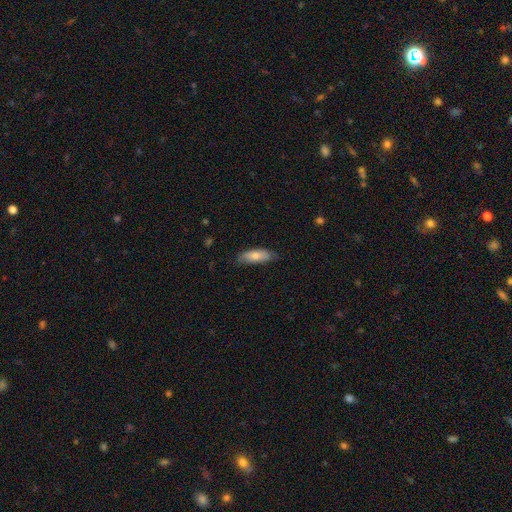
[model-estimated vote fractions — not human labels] Q: Smooth or featured?
A: smooth (78%); runner-up: featured or disk (16%)
Q: How rounded?
A: in between (60%); runner-up: cigar-shaped (38%)
Q: Merging?
A: none (77%); runner-up: minor disturbance (19%)